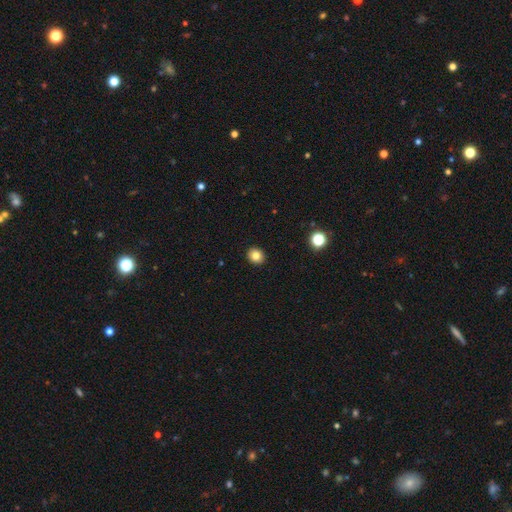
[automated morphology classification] Smooth or featured: smooth — 82% (star or artifact — 11%)
How rounded: round — 76% (in between — 23%)
Merging: none — 93% (minor disturbance — 5%)